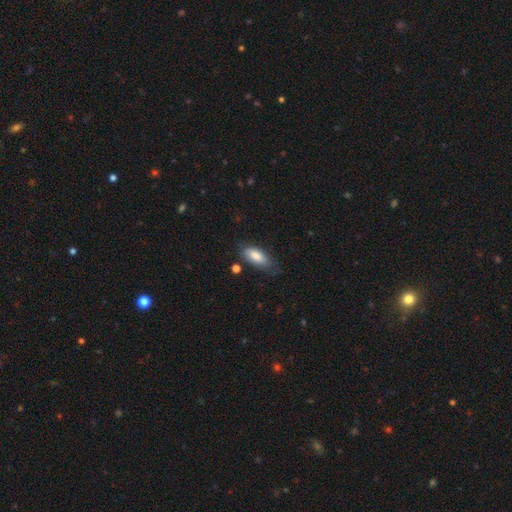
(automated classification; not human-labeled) Smooth or featured: smooth — 82% (featured or disk — 11%)
How rounded: in between — 85% (cigar-shaped — 13%)
Merging: none — 66% (minor disturbance — 24%)